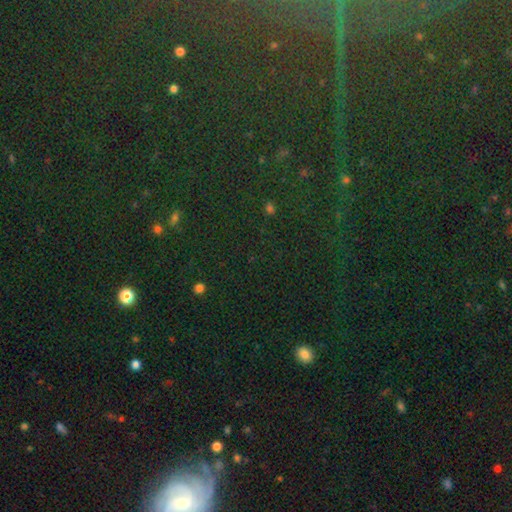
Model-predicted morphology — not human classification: This appears to be a star or artifact, not a galaxy (80%).